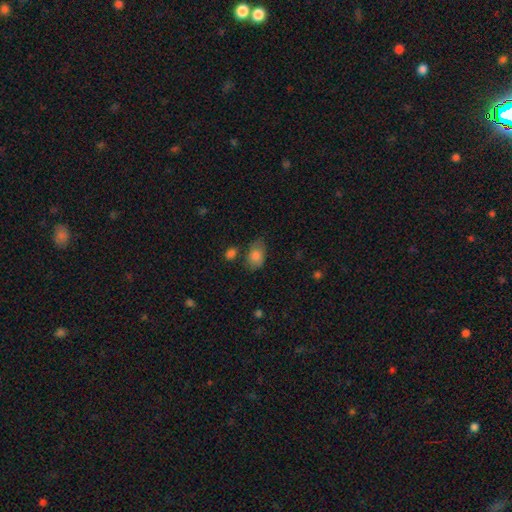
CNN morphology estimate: smooth 81%, featured or disk 11%, star or artifact 8%. Down the decision tree: how rounded — in between (85%); merging — none (56%).